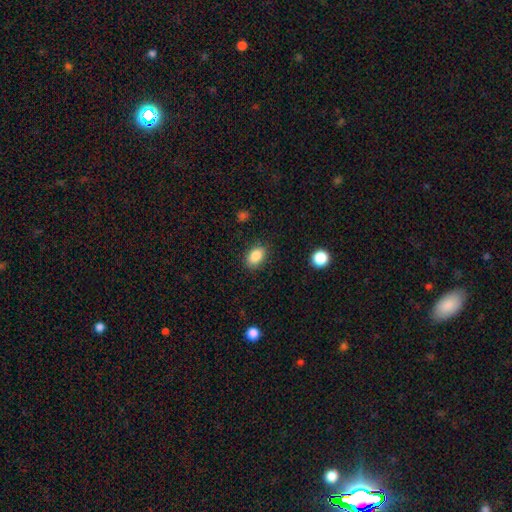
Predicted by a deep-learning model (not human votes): This is clearly a smooth galaxy (86%). How rounded: clearly in between (84%). Merging: clearly none (86%).